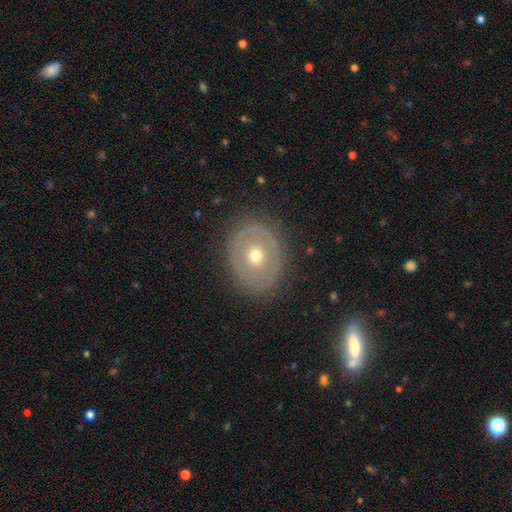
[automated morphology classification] A featured or disk galaxy (53%).

Vote fractions:
- Smooth or featured? featured or disk: 53% / smooth: 40% / star or artifact: 7%
- Edge-on disk? no: 93% / yes: 7%
- Merging? none: 80% / minor disturbance: 13% / major disturbance: 6% / merger: 1%